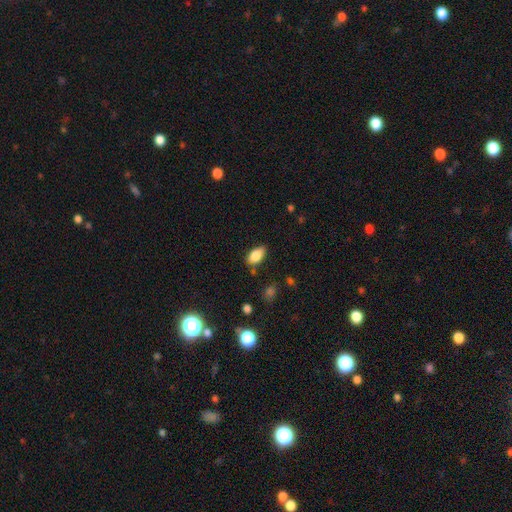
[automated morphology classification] A smooth galaxy with no disk features (84%) that is in between round and cigar-shaped (92%).

Vote fractions:
- Smooth or featured? smooth: 84% / star or artifact: 8% / featured or disk: 8%
- How rounded? in between: 92% / round: 5% / cigar-shaped: 3%
- Merging? none: 73% / minor disturbance: 21% / major disturbance: 4% / merger: 3%